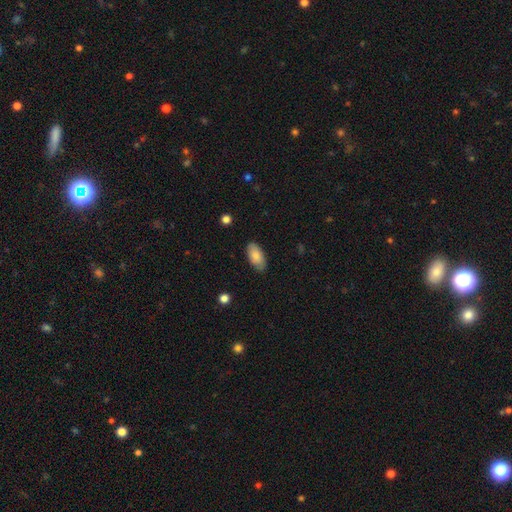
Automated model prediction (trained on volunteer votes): Overall: smooth (81%). How rounded: in between (93%). Merging: none (82%).